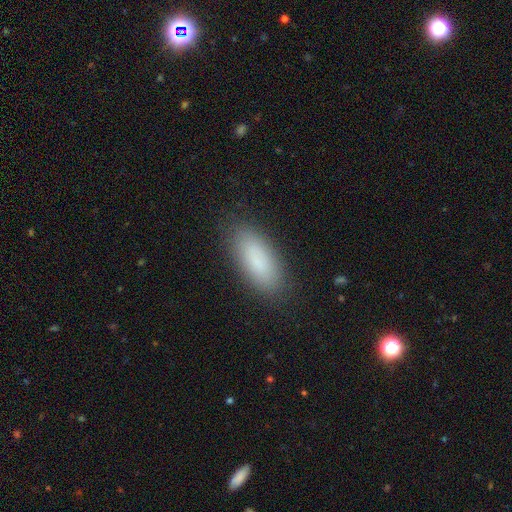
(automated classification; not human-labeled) smooth 85%, star or artifact 8%, featured or disk 7%. Down the decision tree: how rounded — in between (82%); merging — none (87%).